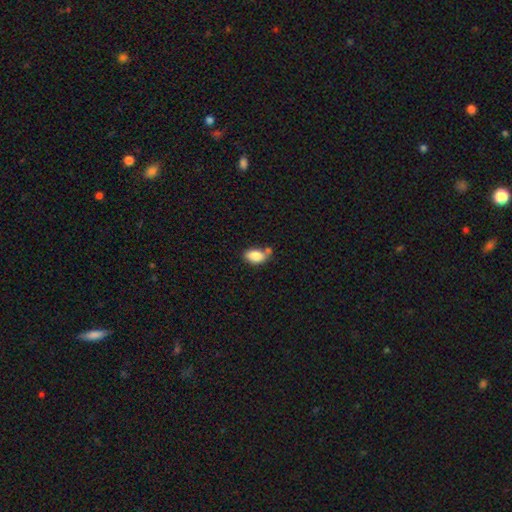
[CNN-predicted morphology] Smooth or featured? smooth (86%)
How rounded? in between (92%)
Merging? none (52%)